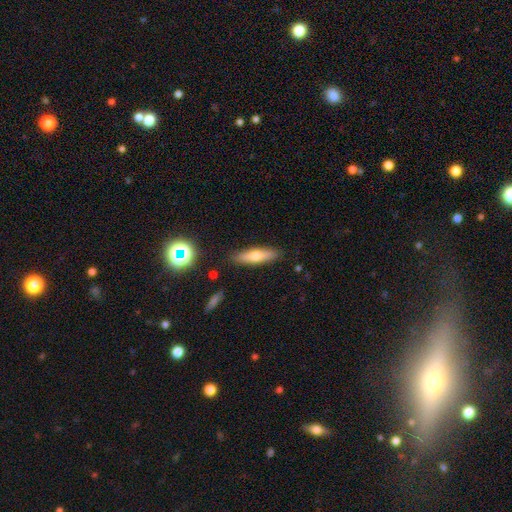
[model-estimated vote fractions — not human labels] The model was most divided on "smooth or featured": smooth: 60%, featured or disk: 32%, star or artifact: 8%. More confident: merging — none (87%); how rounded — cigar-shaped (71%).